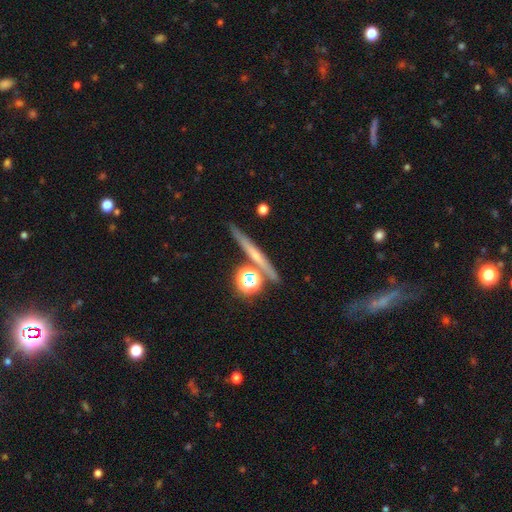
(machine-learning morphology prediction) Smooth or featured? featured or disk (49%)
Merging? none (80%)